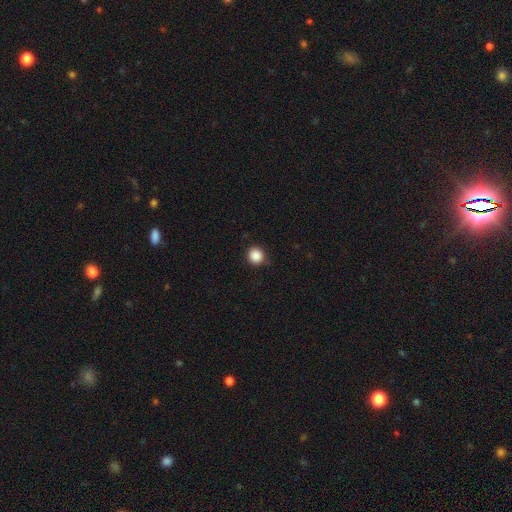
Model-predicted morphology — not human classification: Smooth or featured?
  - smooth: 87% *
  - star or artifact: 10%
  - featured or disk: 3%
How rounded?
  - round: 91% *
  - in between: 8%
  - cigar-shaped: 1%
Merging?
  - none: 86% *
  - minor disturbance: 11%
  - major disturbance: 3%
  - merger: 1%